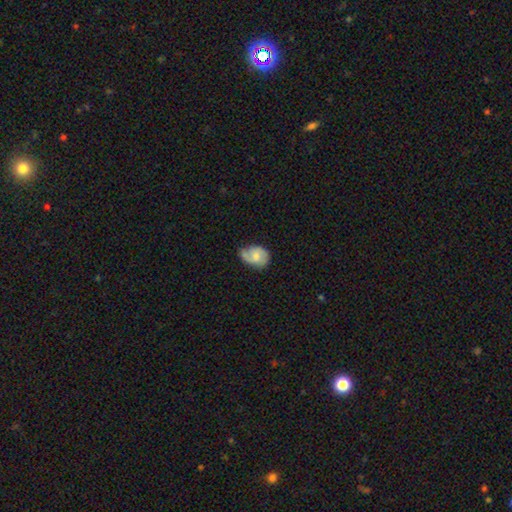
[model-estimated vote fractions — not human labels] Smooth or featured? Predicted: featured or disk (p=0.50). Merging? Predicted: none (p=0.49).